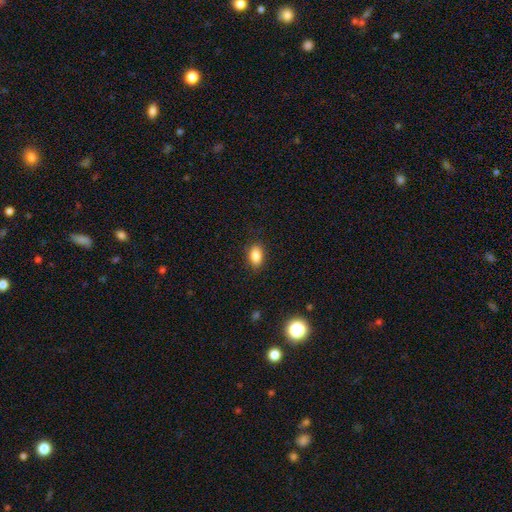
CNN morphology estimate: The model was most divided on "merging": none: 86%, minor disturbance: 10%, major disturbance: 3%, merger: 1%. More confident: how rounded — in between (86%); smooth or featured — smooth (85%).